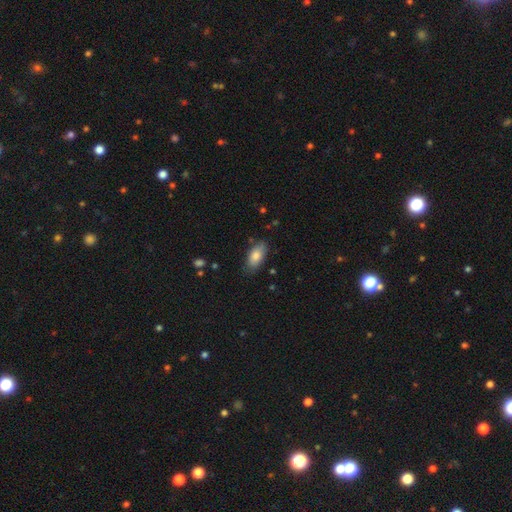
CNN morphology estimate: smooth-or-featured: smooth: 81% | featured or disk: 13% | star or artifact: 7%
  how-rounded: in between: 91% | cigar-shaped: 6% | round: 3%
  merging: none: 78% | minor disturbance: 17% | major disturbance: 3% | merger: 2%